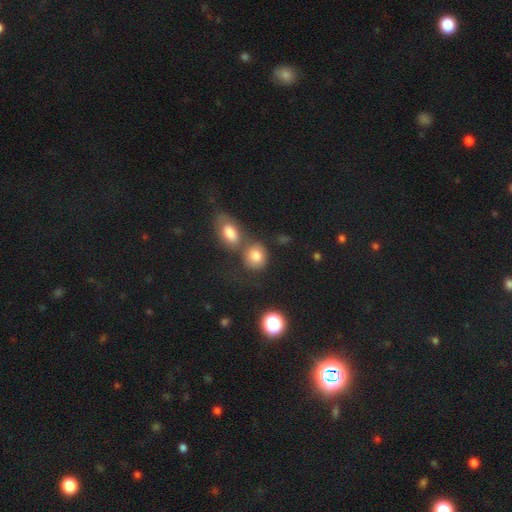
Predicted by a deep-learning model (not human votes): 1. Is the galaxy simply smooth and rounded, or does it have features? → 78% smooth, 11% star or artifact, 11% featured or disk.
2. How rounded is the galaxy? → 67% round, 31% in between, 2% cigar-shaped.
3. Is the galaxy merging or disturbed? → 47% none, 35% merger, 12% minor disturbance, 6% major disturbance.